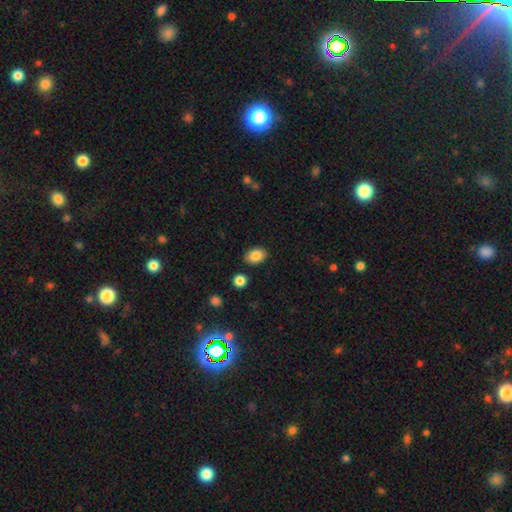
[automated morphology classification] Smooth or featured? Predicted: smooth (p=0.86). How rounded? Predicted: in between (p=0.78). Merging? Predicted: none (p=0.86).